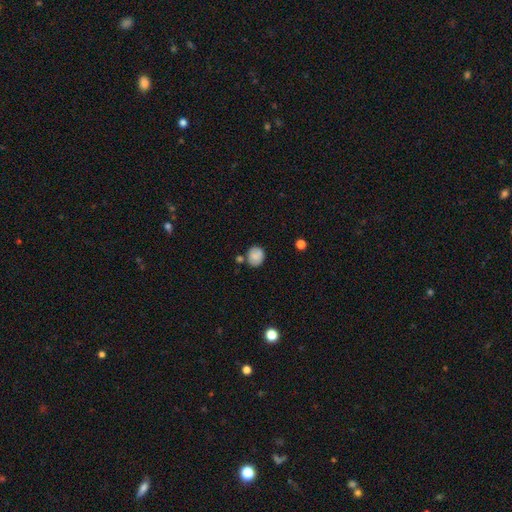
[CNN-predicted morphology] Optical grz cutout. It shows a smooth galaxy with no disk features (83%) that is round (68%). Merging: none (70%).